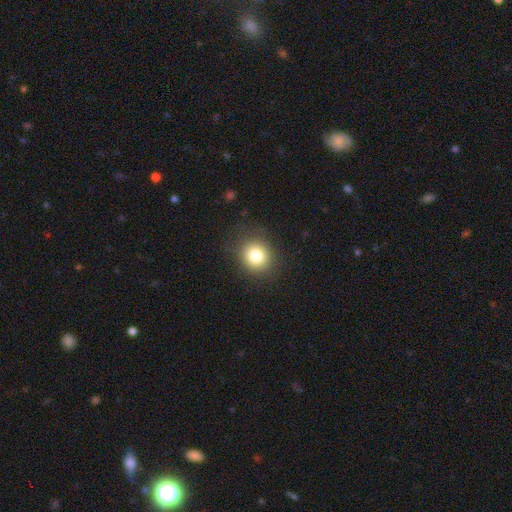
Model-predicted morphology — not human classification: Smooth or featured? smooth (81%)
How rounded? round (80%)
Merging? none (85%)